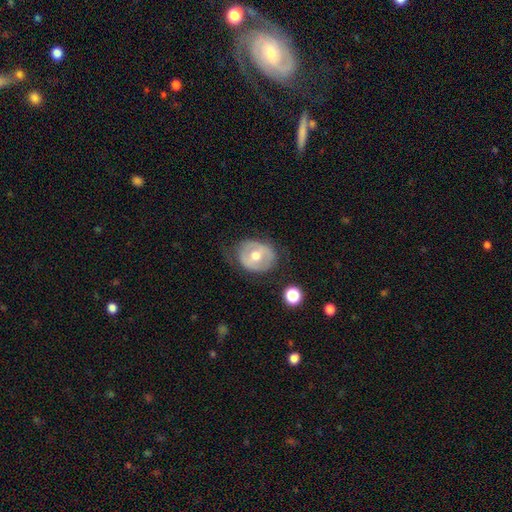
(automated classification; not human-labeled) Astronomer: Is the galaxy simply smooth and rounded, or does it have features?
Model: featured or disk — 51% (runner-up: smooth, 42%).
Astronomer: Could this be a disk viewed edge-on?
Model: no — 94%.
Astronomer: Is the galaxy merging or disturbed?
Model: none — 69%.